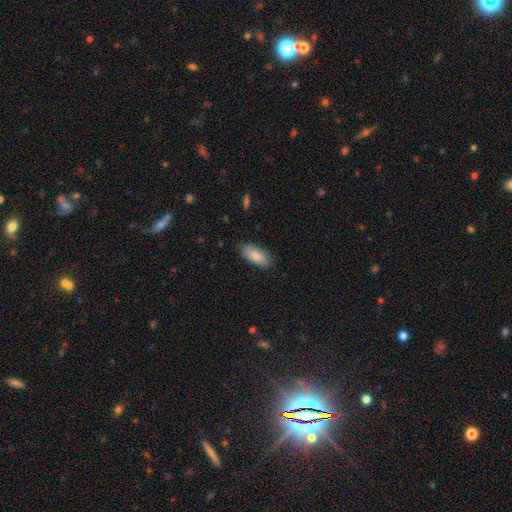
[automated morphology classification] Smooth or featured? Predicted: smooth (p=0.84). How rounded? Predicted: in between (p=0.89). Merging? Predicted: none (p=0.84).